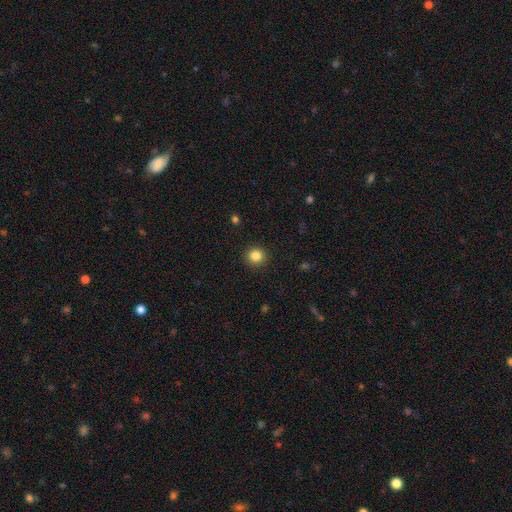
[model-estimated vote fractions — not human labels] Overall: smooth (85%). How rounded: round (93%). Merging: none (92%).